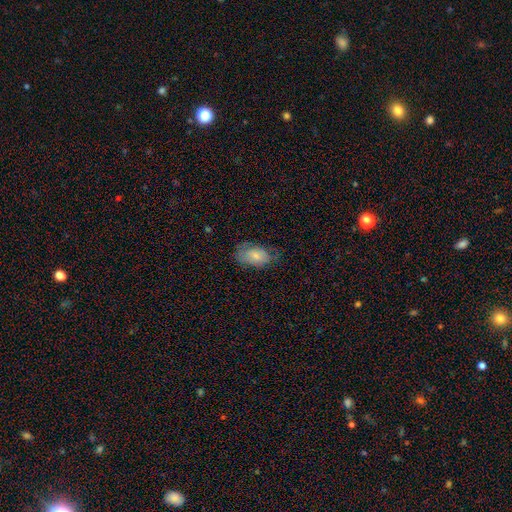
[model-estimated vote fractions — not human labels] smooth-or-featured: smooth: 73% | featured or disk: 20% | star or artifact: 7%
  how-rounded: in between: 92% | round: 6% | cigar-shaped: 2%
  merging: none: 58% | minor disturbance: 29% | major disturbance: 11% | merger: 1%